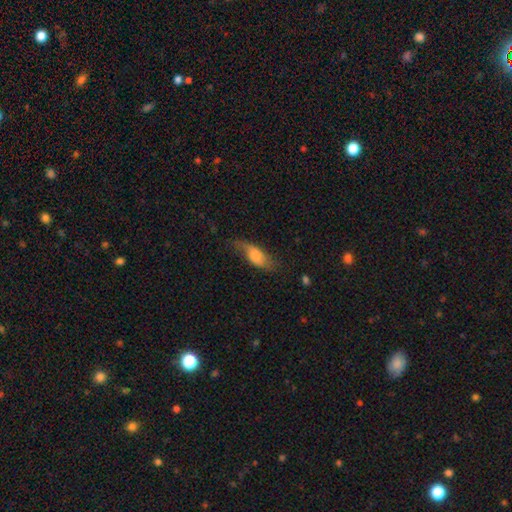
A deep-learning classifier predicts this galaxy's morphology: Q: Smooth or featured?
A: smooth (67%); runner-up: featured or disk (26%)
Q: How rounded?
A: in between (77%); runner-up: cigar-shaped (19%)
Q: Merging?
A: none (44%); runner-up: minor disturbance (33%)